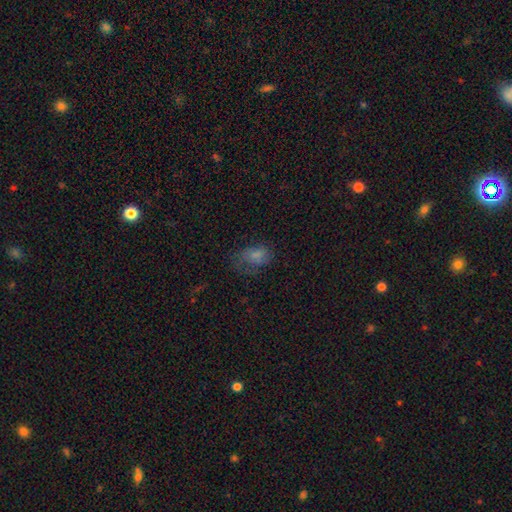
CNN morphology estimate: A smooth galaxy with no disk features (68%) that is in between round and cigar-shaped (85%). Merging: none (40%).